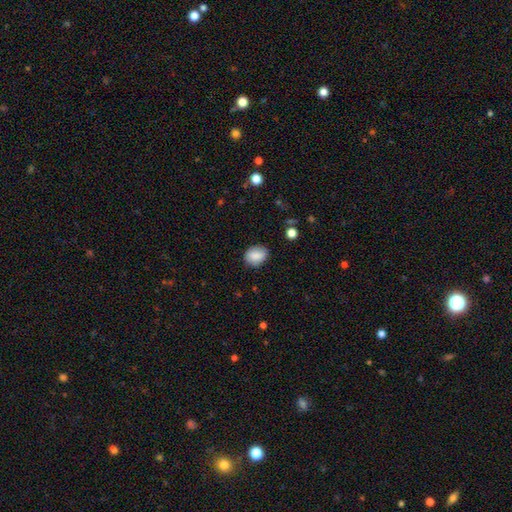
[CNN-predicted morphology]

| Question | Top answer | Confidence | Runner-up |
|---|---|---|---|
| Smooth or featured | smooth | 85% | star or artifact (8%) |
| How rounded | in between | 56% | round (43%) |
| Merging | none | 81% | minor disturbance (15%) |